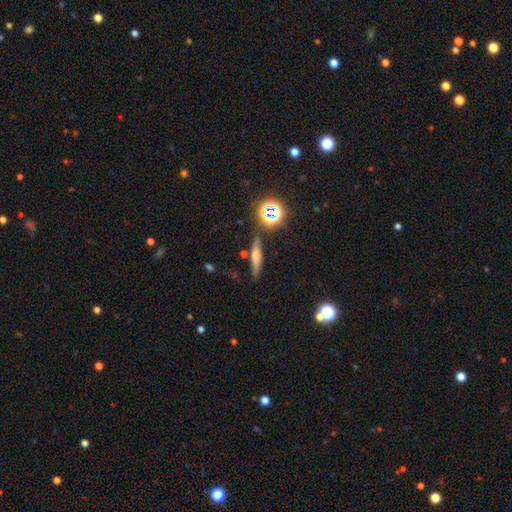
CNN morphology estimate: Smooth or featured? featured or disk (46%)
Merging? none (79%)